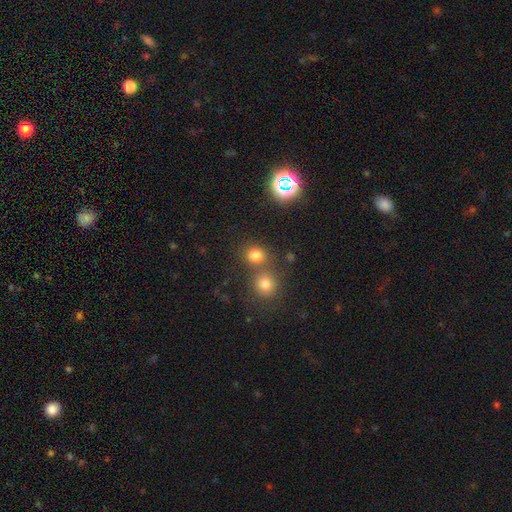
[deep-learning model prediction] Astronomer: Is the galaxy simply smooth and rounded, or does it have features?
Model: smooth — 75%.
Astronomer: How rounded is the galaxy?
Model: round — 81%.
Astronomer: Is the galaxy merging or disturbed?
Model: none — 61%.